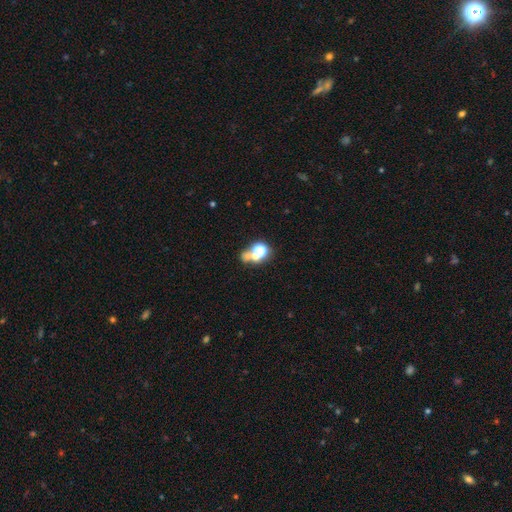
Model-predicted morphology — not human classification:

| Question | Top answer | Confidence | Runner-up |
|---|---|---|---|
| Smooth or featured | smooth | 47% | star or artifact (35%) |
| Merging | none | 42% | merger (40%) |